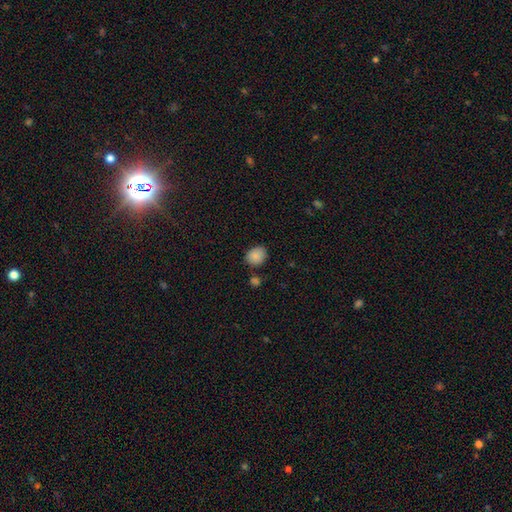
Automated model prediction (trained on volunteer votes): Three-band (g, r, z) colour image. It shows a smooth galaxy with no disk features (87%) that is in between round and cigar-shaped (51%). Merging: none (74%).